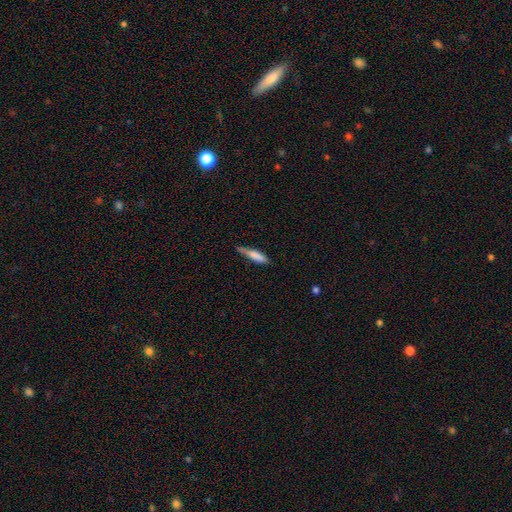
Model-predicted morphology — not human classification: A smooth galaxy with no disk features (76%) that is cigar-shaped (80%).

Vote fractions:
- Smooth or featured? smooth: 76% / featured or disk: 18% / star or artifact: 6%
- How rounded? cigar-shaped: 80% / in between: 19% / round: 1%
- Merging? none: 64% / minor disturbance: 29% / major disturbance: 5% / merger: 2%